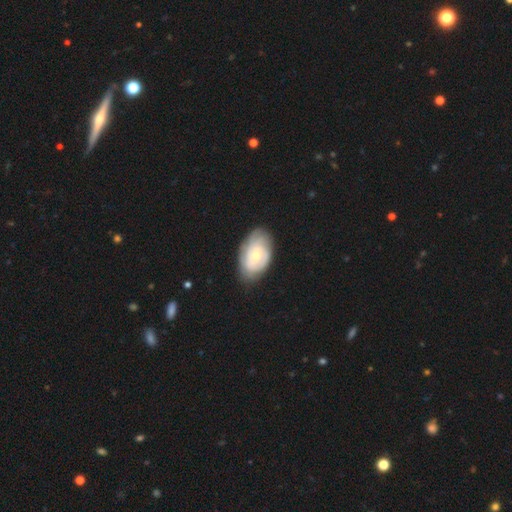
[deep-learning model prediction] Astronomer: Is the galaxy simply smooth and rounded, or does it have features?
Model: featured or disk — 59% (runner-up: smooth, 35%).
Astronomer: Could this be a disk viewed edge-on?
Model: no — 95%.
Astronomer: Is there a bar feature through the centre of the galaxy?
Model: no — 80%.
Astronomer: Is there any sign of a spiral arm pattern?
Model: yes — 77%.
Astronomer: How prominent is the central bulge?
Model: small — 49% (runner-up: moderate, 46%).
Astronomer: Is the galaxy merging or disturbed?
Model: none — 72%.